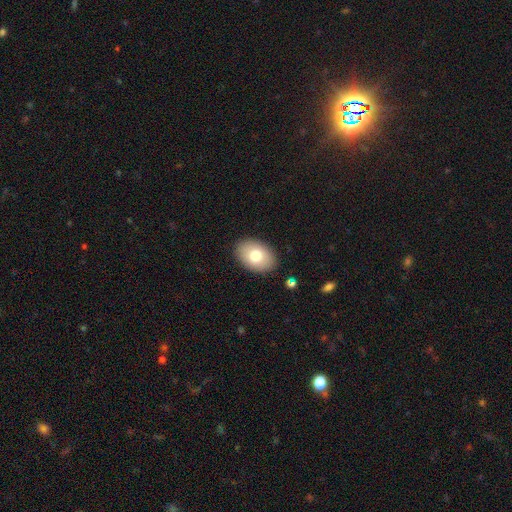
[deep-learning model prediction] smooth 76%, featured or disk 16%, star or artifact 8%. Down the decision tree: how rounded — in between (84%); merging — none (89%).